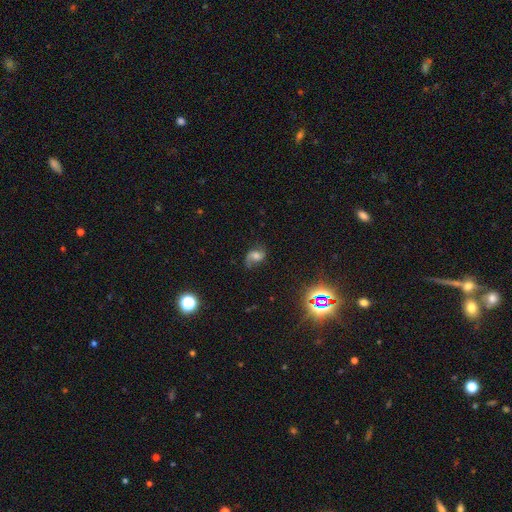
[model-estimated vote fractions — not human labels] smooth_or_featured: featured or disk (p=0.58) [alt: smooth p=0.27]
disk_edge_on: no (p=0.97) [alt: yes p=0.03]
bar: no (p=0.53) [alt: weak p=0.37]
has_spiral_arms: yes (p=0.91) [alt: no p=0.09]
spiral_winding: loose (p=0.53) [alt: medium p=0.36]
spiral_arm_count: 2 (p=0.75) [alt: 1 p=0.17]
bulge_size: moderate (p=0.41) [alt: small p=0.23]
merging: none (p=0.60) [alt: minor disturbance p=0.23]